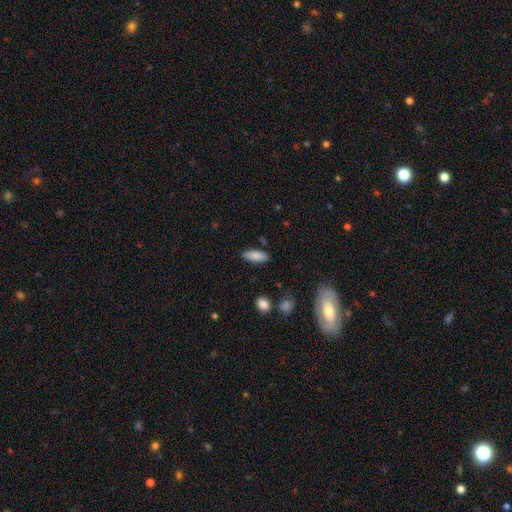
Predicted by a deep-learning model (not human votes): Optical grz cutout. It shows a smooth galaxy with no disk features (87%) that is in between round and cigar-shaped (72%). Merging: none (86%).